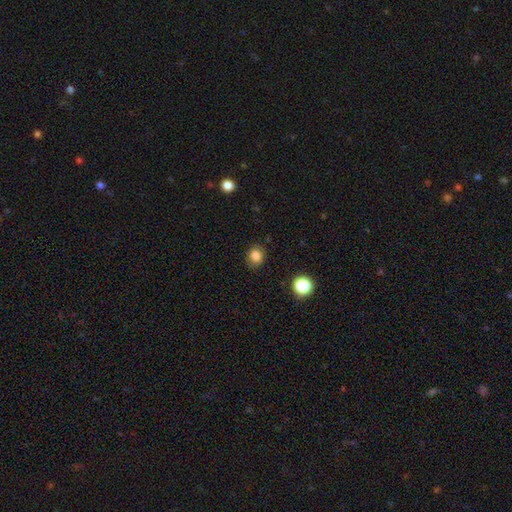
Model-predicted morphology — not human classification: smooth 83%, star or artifact 12%, featured or disk 5%. Down the decision tree: how rounded — round (71%); merging — none (86%).